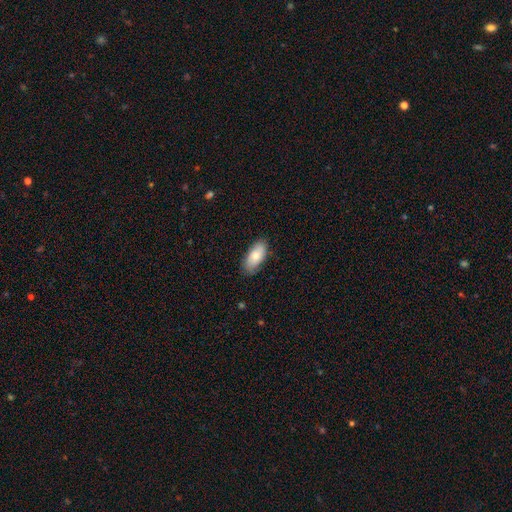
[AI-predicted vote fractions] A smooth galaxy with no disk features (77%) that is in between round and cigar-shaped (91%). Merging: none (82%).